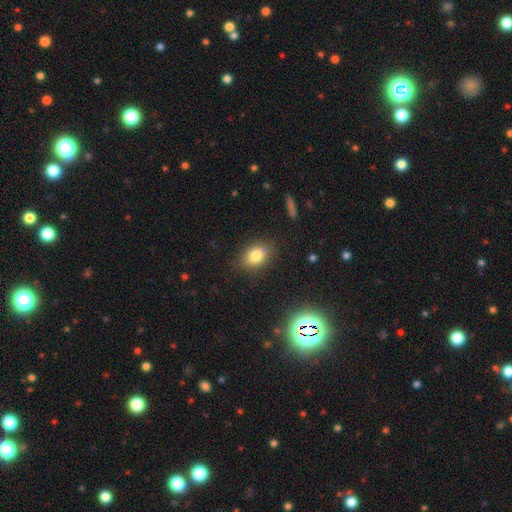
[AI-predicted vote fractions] smooth_or_featured: smooth (p=0.79) [alt: star or artifact p=0.12]
how_rounded: in between (p=0.68) [alt: round p=0.30]
merging: none (p=0.81) [alt: minor disturbance p=0.14]